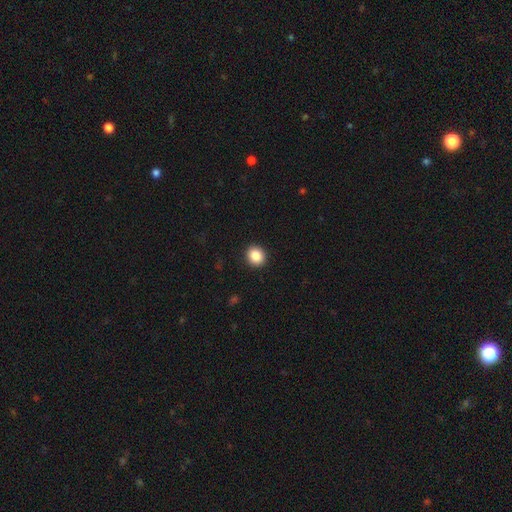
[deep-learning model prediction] A smooth galaxy with no disk features (87%) that is round (73%). Merging: none (92%).